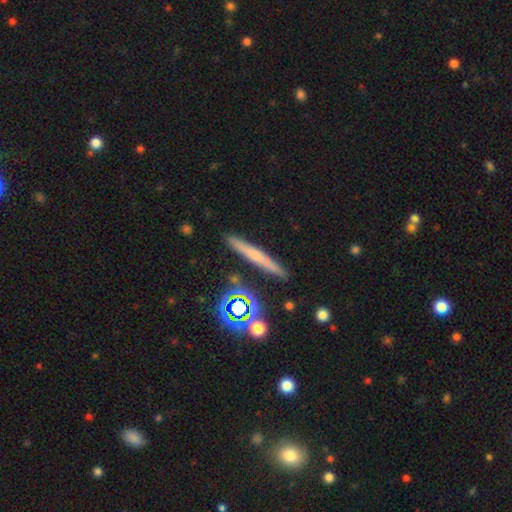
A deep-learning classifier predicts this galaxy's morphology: The model was most divided on "smooth or featured": smooth: 49%, featured or disk: 37%, star or artifact: 14%. More confident: merging — none (88%).